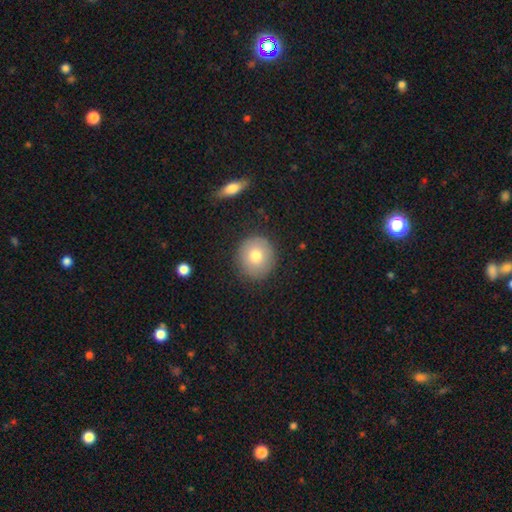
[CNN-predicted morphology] smooth-or-featured: smooth: 76% | featured or disk: 16% | star or artifact: 9%
  how-rounded: round: 88% | in between: 11% | cigar-shaped: 1%
  merging: none: 87% | minor disturbance: 9% | major disturbance: 3% | merger: 2%